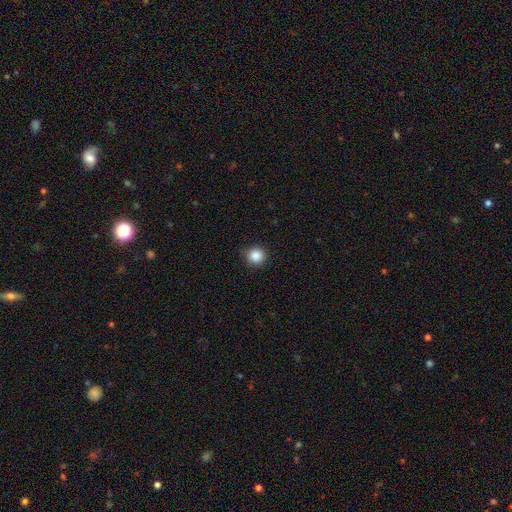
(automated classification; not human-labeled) smooth_or_featured: smooth (p=0.87) [alt: star or artifact p=0.10]
how_rounded: round (p=0.93) [alt: in between p=0.06]
merging: none (p=0.88) [alt: minor disturbance p=0.08]